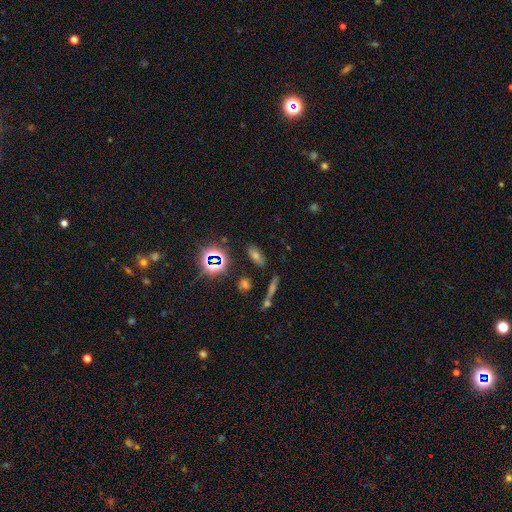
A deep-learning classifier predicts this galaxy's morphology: type=smooth (47%); merging=none (82%).